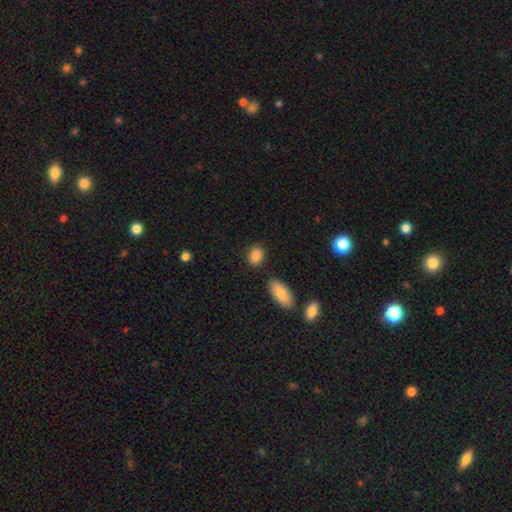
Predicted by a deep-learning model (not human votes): smooth_or_featured: smooth (p=0.88) [alt: star or artifact p=0.08]
how_rounded: in between (p=0.72) [alt: round p=0.26]
merging: none (p=0.82) [alt: minor disturbance p=0.11]